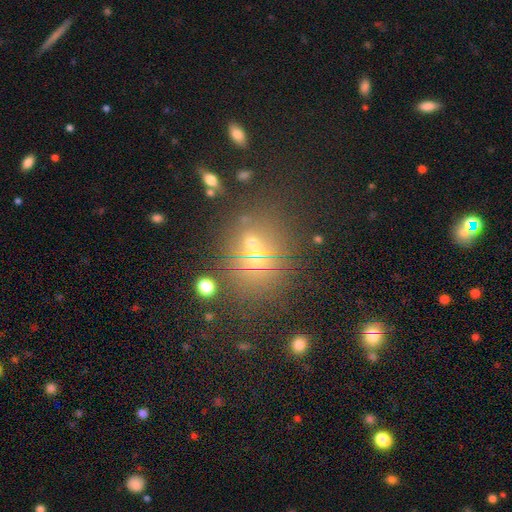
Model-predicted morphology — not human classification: smooth_or_featured: smooth (p=0.51) [alt: star or artifact p=0.29]
how_rounded: round (p=0.68) [alt: in between p=0.31]
merging: none (p=0.59) [alt: merger p=0.24]